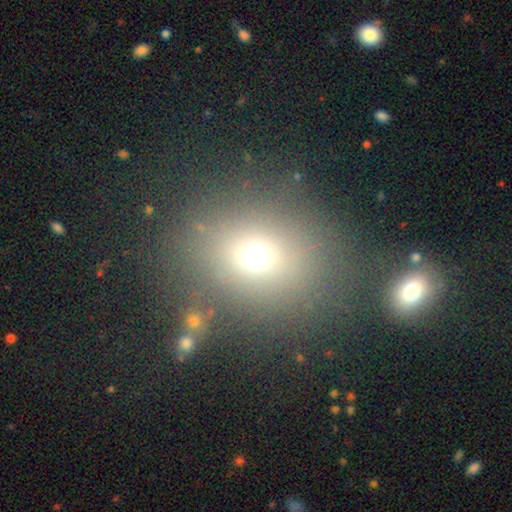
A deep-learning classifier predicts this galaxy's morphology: smooth 67%, star or artifact 22%, featured or disk 11%. Down the decision tree: how rounded — round (61%); merging — none (72%).